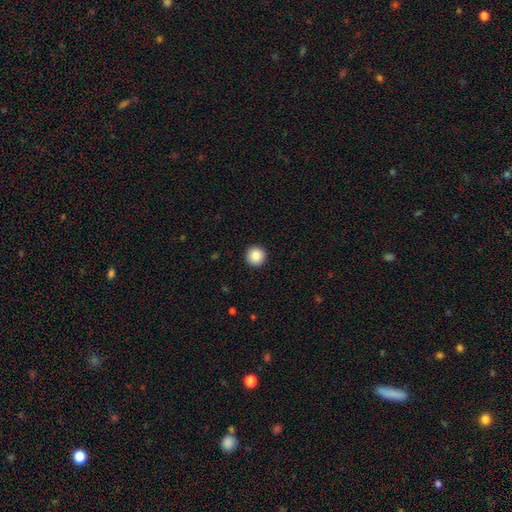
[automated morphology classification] Smooth or featured?
  - smooth: 88% *
  - star or artifact: 9%
  - featured or disk: 4%
How rounded?
  - round: 96% *
  - in between: 3%
  - cigar-shaped: 1%
Merging?
  - none: 93% *
  - minor disturbance: 4%
  - major disturbance: 1%
  - merger: 1%